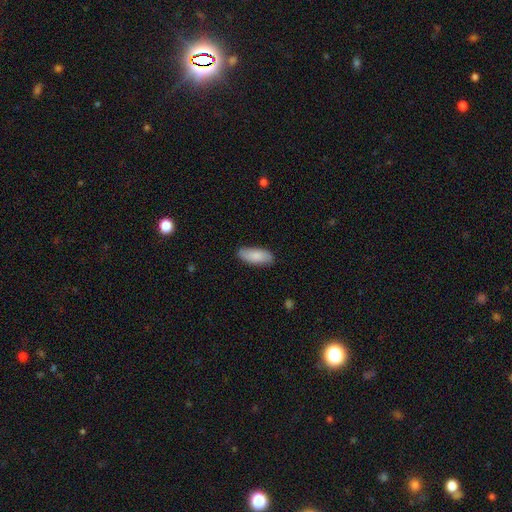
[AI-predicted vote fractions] Smooth or featured?
  - smooth: 85% *
  - featured or disk: 10%
  - star or artifact: 6%
How rounded?
  - in between: 81% *
  - cigar-shaped: 17%
  - round: 2%
Merging?
  - none: 84% *
  - minor disturbance: 12%
  - major disturbance: 2%
  - merger: 1%